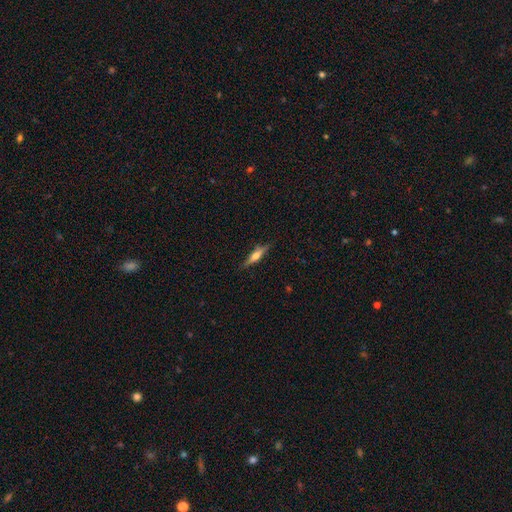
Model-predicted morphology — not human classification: Q: Smooth or featured?
A: featured or disk (58%); runner-up: smooth (35%)
Q: Edge-on disk?
A: yes (95%); runner-up: no (5%)
Q: Edge-on bulge?
A: rounded (87%); runner-up: boxy (8%)
Q: Merging?
A: none (81%); runner-up: minor disturbance (14%)